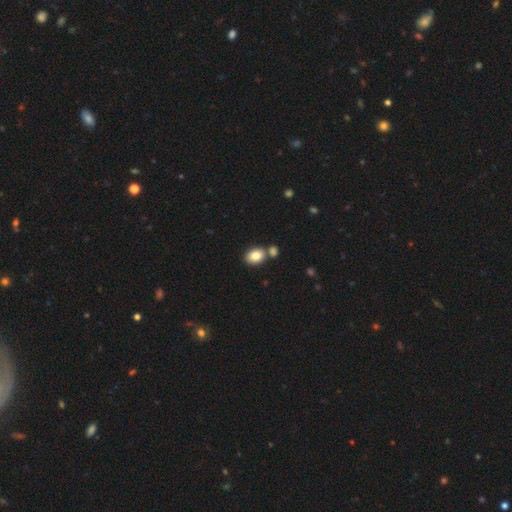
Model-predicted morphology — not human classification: A smooth galaxy with no disk features (82%) that is in between round and cigar-shaped (68%).

Vote fractions:
- Smooth or featured? smooth: 82% / featured or disk: 9% / star or artifact: 9%
- How rounded? in between: 68% / round: 31% / cigar-shaped: 1%
- Merging? none: 64% / merger: 24% / minor disturbance: 10% / major disturbance: 3%